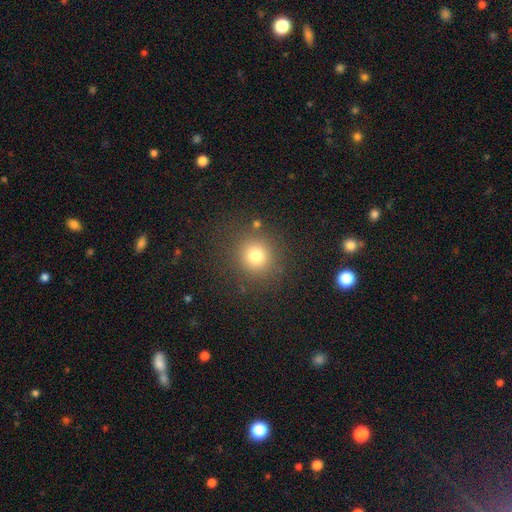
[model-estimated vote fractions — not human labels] Smooth or featured?
  - smooth: 76% *
  - star or artifact: 15%
  - featured or disk: 9%
How rounded?
  - round: 91% *
  - in between: 9%
  - cigar-shaped: 1%
Merging?
  - none: 84% *
  - minor disturbance: 9%
  - major disturbance: 4%
  - merger: 3%